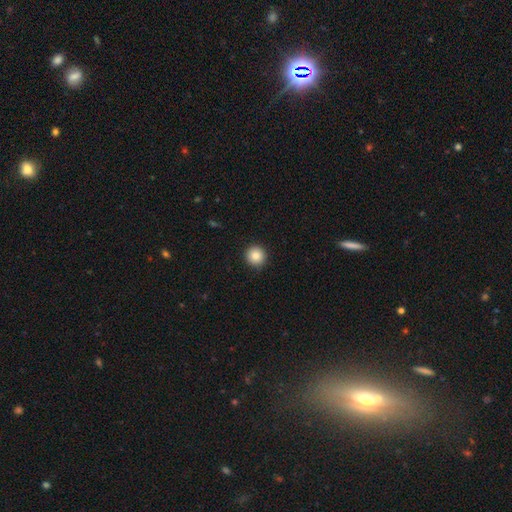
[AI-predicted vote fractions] smooth_or_featured: smooth (p=0.86) [alt: star or artifact p=0.09]
how_rounded: round (p=0.95) [alt: in between p=0.04]
merging: none (p=0.92) [alt: minor disturbance p=0.05]